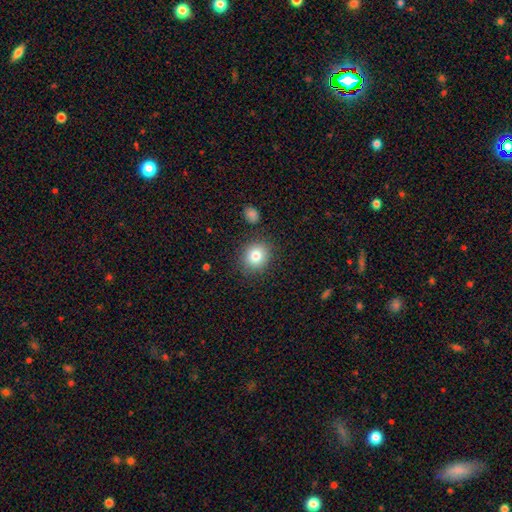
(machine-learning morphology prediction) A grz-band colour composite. It shows a smooth galaxy with no disk features (81%) that is round (78%). Merging: none (85%).